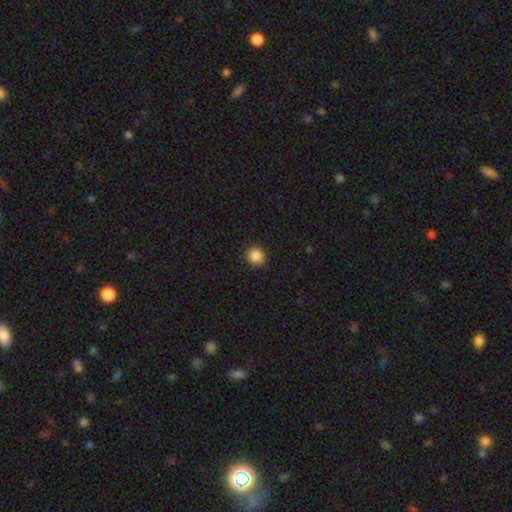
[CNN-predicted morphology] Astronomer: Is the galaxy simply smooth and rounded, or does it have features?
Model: smooth — 87%.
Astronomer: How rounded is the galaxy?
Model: round — 86%.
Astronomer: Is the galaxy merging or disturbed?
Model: none — 86%.